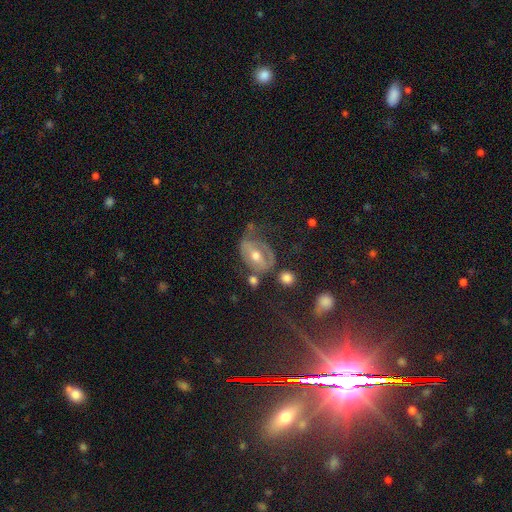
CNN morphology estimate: Smooth or featured? featured or disk (63%)
Edge-on disk? no (94%)
Bar? no (35%)
Spiral arms? yes (57%)
Bulge size? moderate (74%)
Merging? none (42%)